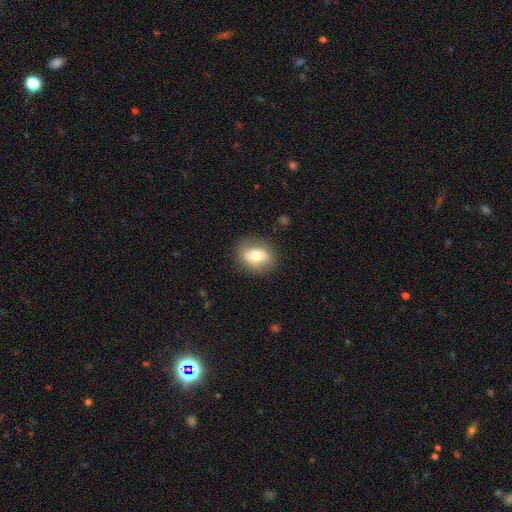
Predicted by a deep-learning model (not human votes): Overall: smooth (67%). How rounded: in between (63%; round 35%). Merging: none (83%).